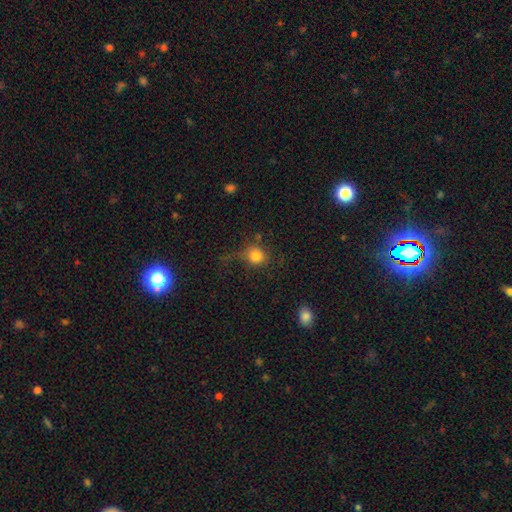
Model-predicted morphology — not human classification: Overall: smooth (80%). How rounded: round (83%). Merging: none (61%).